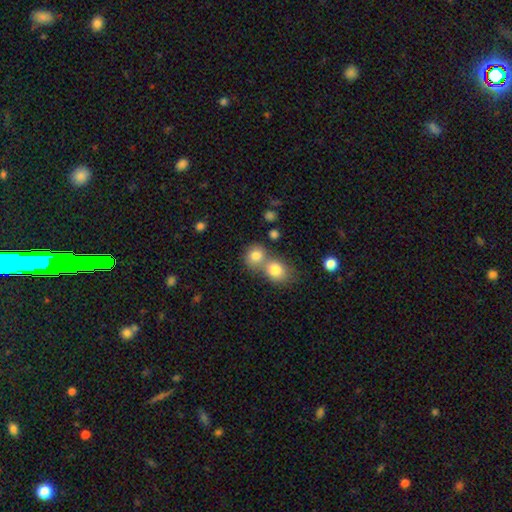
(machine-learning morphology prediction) smooth-or-featured: smooth: 80% | star or artifact: 11% | featured or disk: 9%
  how-rounded: round: 74% | in between: 25% | cigar-shaped: 1%
  merging: merger: 51% | none: 39% | minor disturbance: 7% | major disturbance: 3%